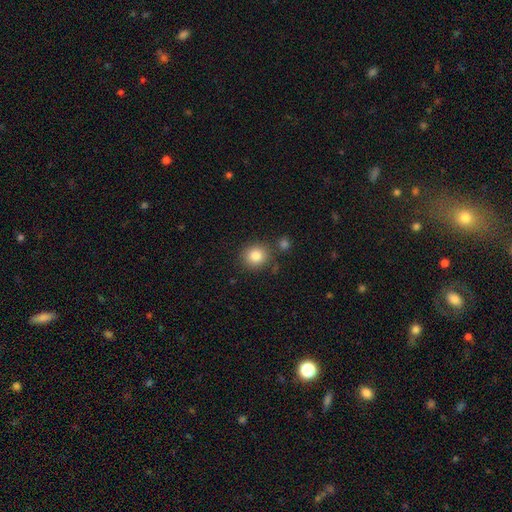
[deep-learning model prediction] A smooth galaxy with no disk features (84%) that is round (88%). Merging: none (79%).